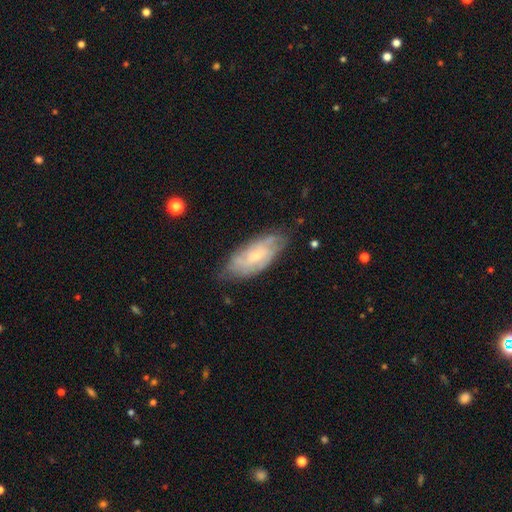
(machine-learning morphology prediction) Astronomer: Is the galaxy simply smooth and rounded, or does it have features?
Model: featured or disk — 65%.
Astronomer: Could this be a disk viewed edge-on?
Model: no — 90%.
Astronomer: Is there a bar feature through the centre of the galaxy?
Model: no — 62%.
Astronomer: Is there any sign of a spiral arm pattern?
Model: yes — 87%.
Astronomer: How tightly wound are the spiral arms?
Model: tight — 54% (runner-up: medium, 35%).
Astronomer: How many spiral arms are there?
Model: can't tell — 52%.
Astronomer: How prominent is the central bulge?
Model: small — 60%.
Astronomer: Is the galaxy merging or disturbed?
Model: none — 70%.